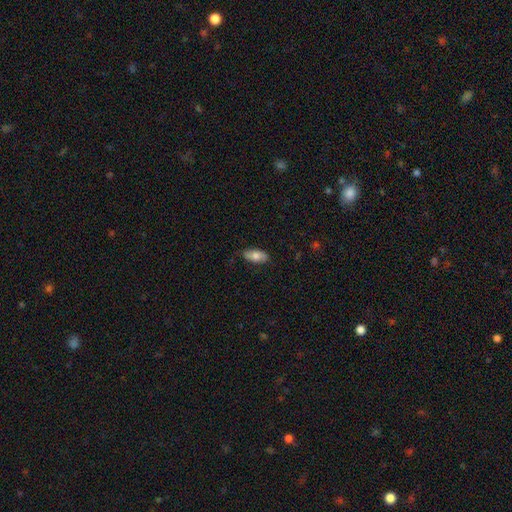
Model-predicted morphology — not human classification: A smooth galaxy with no disk features (77%) that is in between round and cigar-shaped (88%). Merging: none (83%).